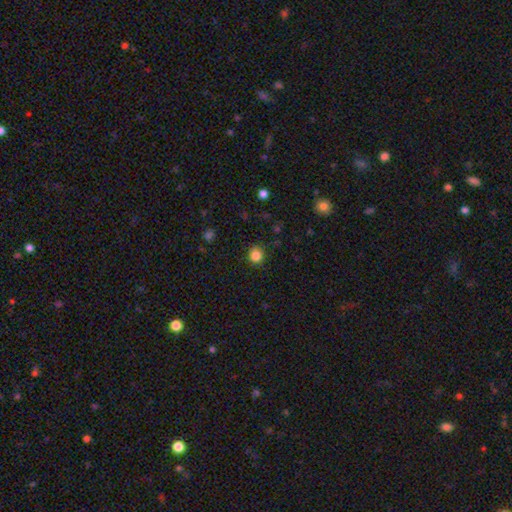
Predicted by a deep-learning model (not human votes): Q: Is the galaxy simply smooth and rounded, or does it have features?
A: smooth — 84%.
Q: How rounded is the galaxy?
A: round — 85%.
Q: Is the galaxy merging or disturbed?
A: none — 84%.